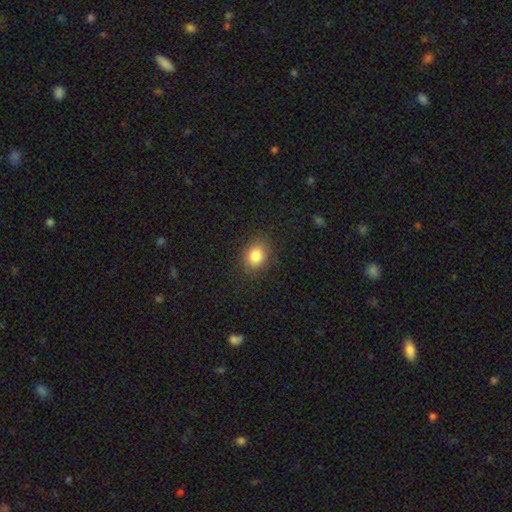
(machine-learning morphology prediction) type=smooth (82%); roundness=round (55%); merging=none (86%).